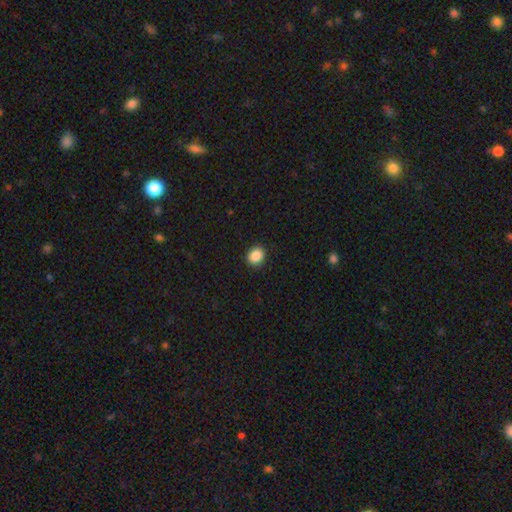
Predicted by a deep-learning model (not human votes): Q: Smooth or featured?
A: smooth (88%); runner-up: star or artifact (9%)
Q: How rounded?
A: round (61%); runner-up: in between (38%)
Q: Merging?
A: none (90%); runner-up: minor disturbance (7%)